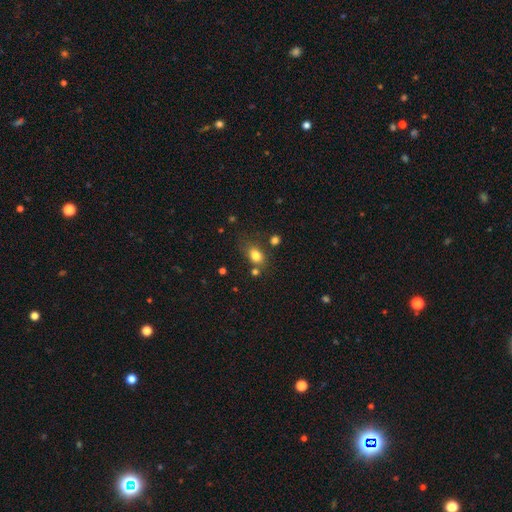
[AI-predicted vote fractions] Q: Smooth or featured?
A: smooth (80%); runner-up: star or artifact (11%)
Q: How rounded?
A: in between (72%); runner-up: round (26%)
Q: Merging?
A: none (62%); runner-up: minor disturbance (20%)